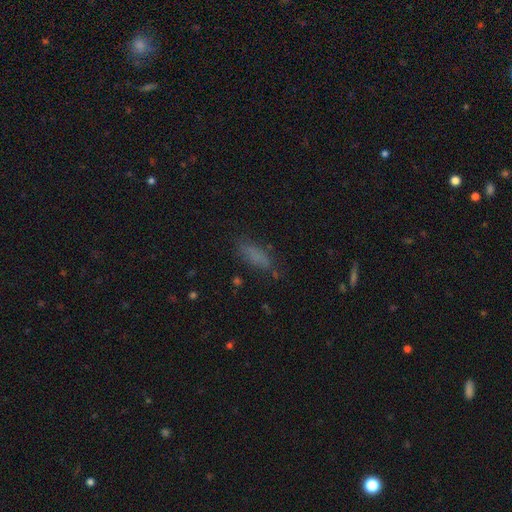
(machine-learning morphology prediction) Q: Smooth or featured?
A: smooth (74%); runner-up: star or artifact (14%)
Q: How rounded?
A: in between (62%); runner-up: cigar-shaped (35%)
Q: Merging?
A: none (67%); runner-up: minor disturbance (21%)